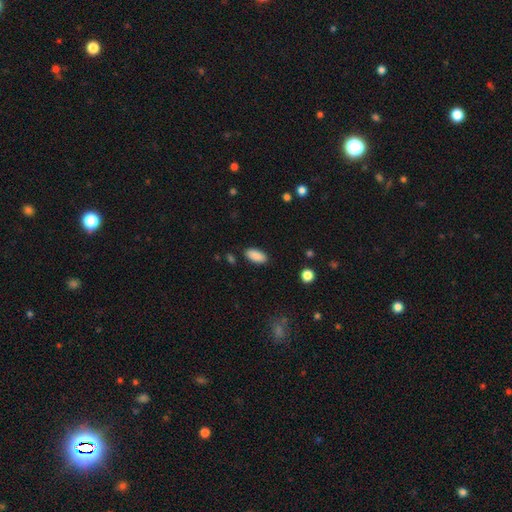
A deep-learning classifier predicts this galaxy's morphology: Smooth or featured: smooth — 90% (star or artifact — 7%)
How rounded: in between — 90% (cigar-shaped — 8%)
Merging: none — 87% (minor disturbance — 9%)